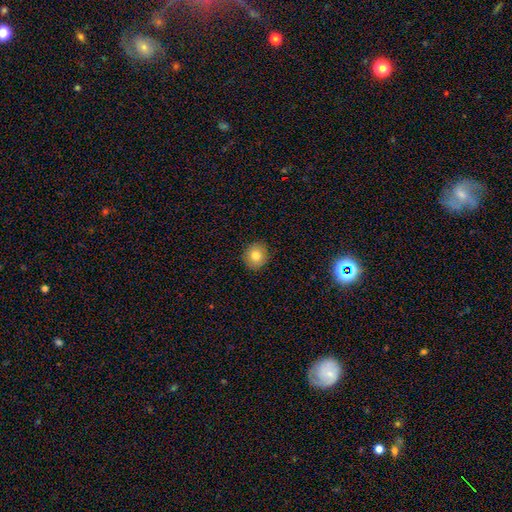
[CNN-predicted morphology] The model was most divided on "how rounded": round: 84%, in between: 15%, cigar-shaped: 1%. More confident: merging — none (90%); smooth or featured — smooth (80%).